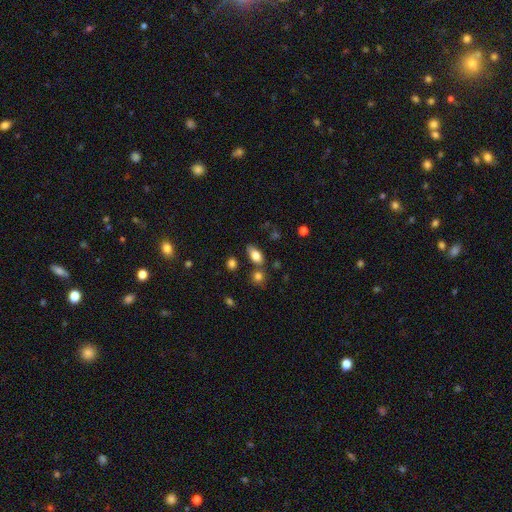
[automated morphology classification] A smooth galaxy with no disk features (79%) that is in between round and cigar-shaped (88%).

Vote fractions:
- Smooth or featured? smooth: 79% / featured or disk: 12% / star or artifact: 9%
- How rounded? in between: 88% / round: 7% / cigar-shaped: 6%
- Merging? none: 72% / minor disturbance: 14% / merger: 10% / major disturbance: 4%